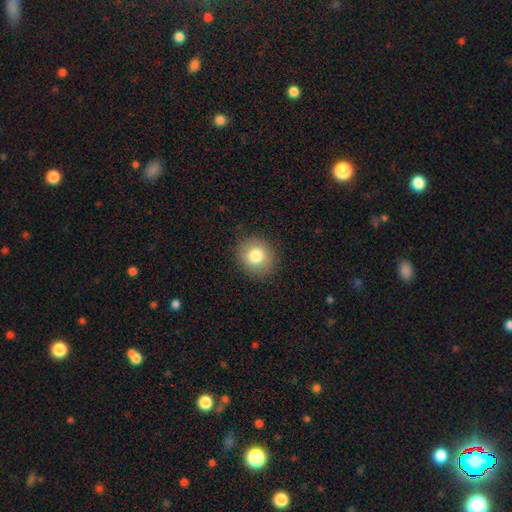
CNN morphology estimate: Smooth or featured: smooth — 80% (featured or disk — 10%)
How rounded: round — 83% (in between — 16%)
Merging: none — 89% (minor disturbance — 8%)